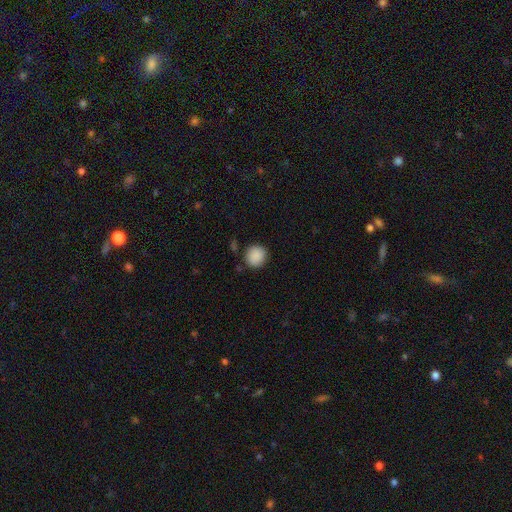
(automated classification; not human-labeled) Smooth or featured? smooth (89%)
How rounded? round (89%)
Merging? none (86%)